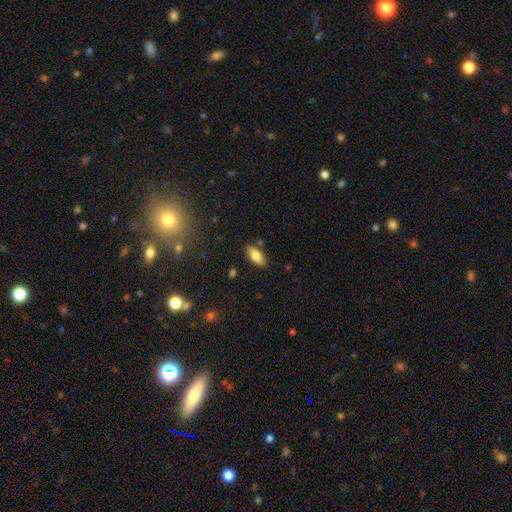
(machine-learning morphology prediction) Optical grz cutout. It shows a smooth galaxy with no disk features (79%) that is in between round and cigar-shaped (85%). Merging: none (84%).